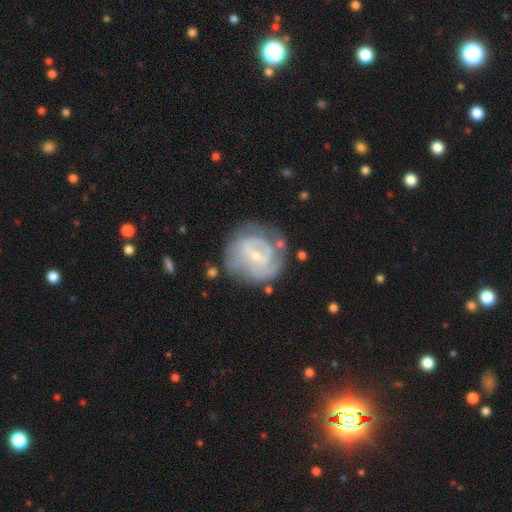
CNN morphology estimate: Smooth or featured?
  - featured or disk: 76% *
  - smooth: 17%
  - star or artifact: 6%
Edge-on disk?
  - no: 97% *
  - yes: 3%
Bar?
  - weak: 47% *
  - no: 39%
  - strong: 14%
Spiral arms?
  - yes: 81% *
  - no: 19%
Spiral winding?
  - tight: 60% *
  - medium: 29%
  - loose: 10%
Spiral arm count?
  - can't tell: 42% *
  - 2: 33%
  - 3: 10%
  - 1: 8%
  - 4: 4%
  - more than 4: 3%
Bulge size?
  - small: 73% *
  - moderate: 22%
  - none: 3%
  - large: 1%
  - dominant: 1%
Merging?
  - none: 62% *
  - minor disturbance: 22%
  - major disturbance: 13%
  - merger: 4%